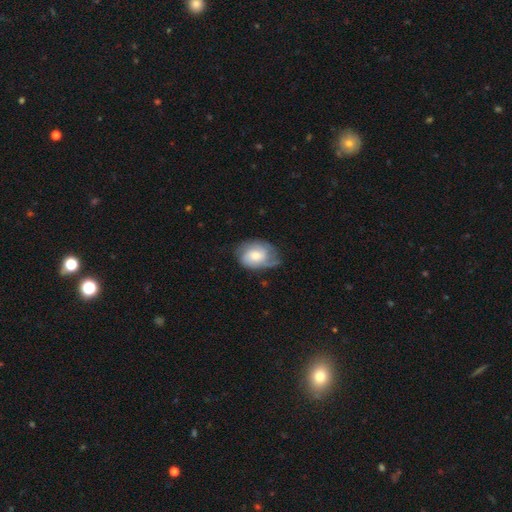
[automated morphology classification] Overall: featured or disk (53%; smooth 40%). Edge-on disk: no (96%). Bar: no (71%). Spiral arms: yes (86%). Bulge size: moderate (54%; small 25%). Merging: none (56%; minor disturbance 31%).